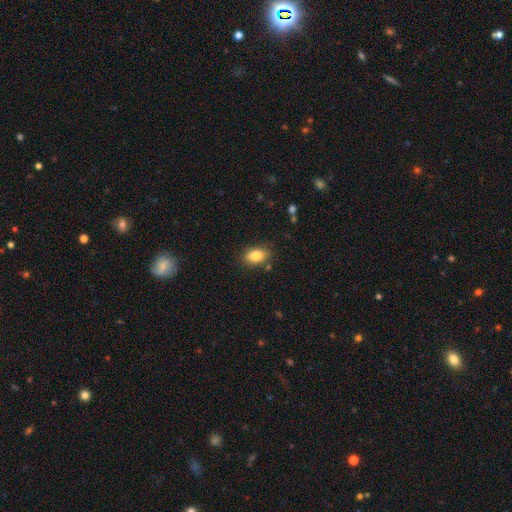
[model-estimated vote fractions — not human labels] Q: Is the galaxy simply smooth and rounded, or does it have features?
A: smooth — 85%.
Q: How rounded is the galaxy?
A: in between — 90%.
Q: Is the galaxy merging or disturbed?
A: none — 83%.